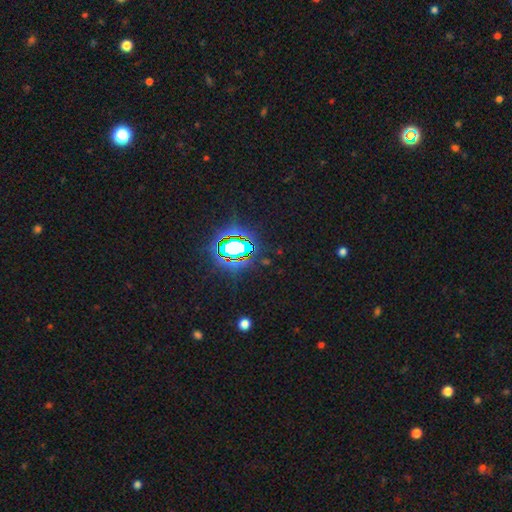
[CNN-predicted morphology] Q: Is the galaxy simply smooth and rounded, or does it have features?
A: star or artifact — 83%.